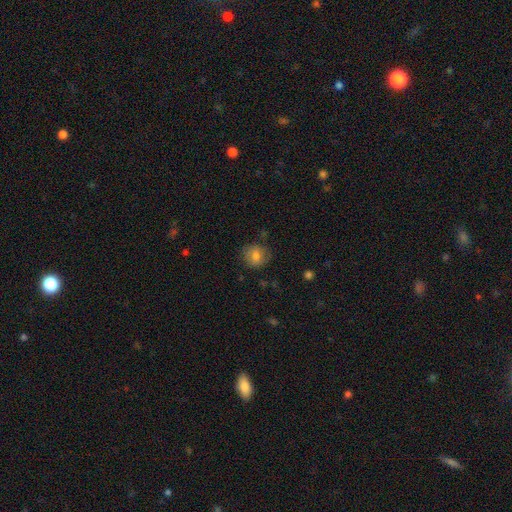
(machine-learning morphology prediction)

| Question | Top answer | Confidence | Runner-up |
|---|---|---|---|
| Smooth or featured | smooth | 75% | featured or disk (16%) |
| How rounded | round | 83% | in between (16%) |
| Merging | none | 80% | minor disturbance (14%) |